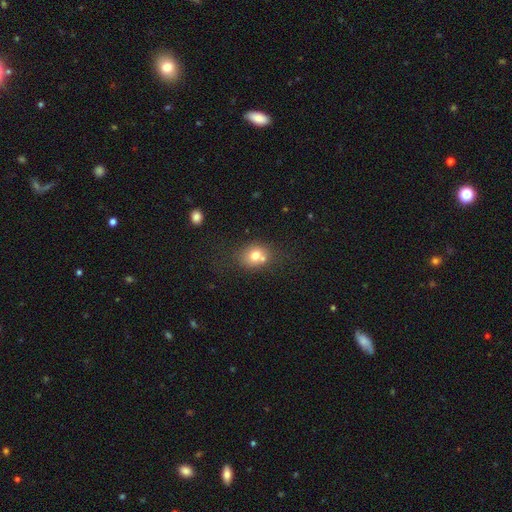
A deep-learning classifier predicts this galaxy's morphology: A smooth galaxy with no disk features (72%) that is round (57%).

Vote fractions:
- Smooth or featured? smooth: 72% / featured or disk: 16% / star or artifact: 12%
- How rounded? round: 57% / in between: 42% / cigar-shaped: 1%
- Merging? none: 53% / merger: 27% / minor disturbance: 15% / major disturbance: 5%